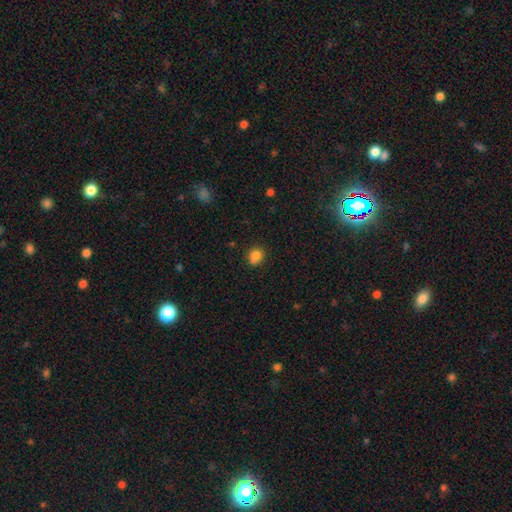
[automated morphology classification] Smooth or featured: smooth — 81% (star or artifact — 12%)
How rounded: round — 67% (in between — 32%)
Merging: none — 68% (minor disturbance — 21%)